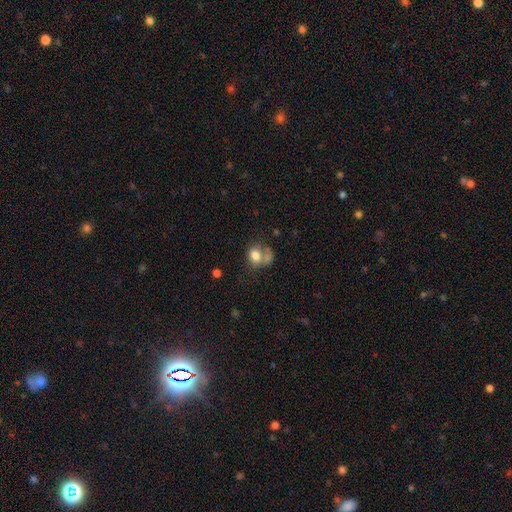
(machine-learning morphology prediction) Smooth or featured?
  - smooth: 75% *
  - featured or disk: 16%
  - star or artifact: 10%
How rounded?
  - in between: 56% *
  - round: 43%
  - cigar-shaped: 1%
Merging?
  - merger: 41% *
  - none: 29%
  - minor disturbance: 15%
  - major disturbance: 14%